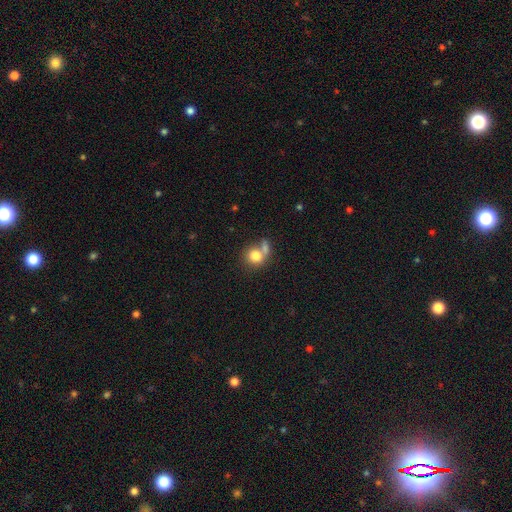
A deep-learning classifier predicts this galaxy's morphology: Q: Smooth or featured?
A: smooth (79%); runner-up: featured or disk (12%)
Q: How rounded?
A: round (78%); runner-up: in between (20%)
Q: Merging?
A: none (41%); runner-up: merger (40%)